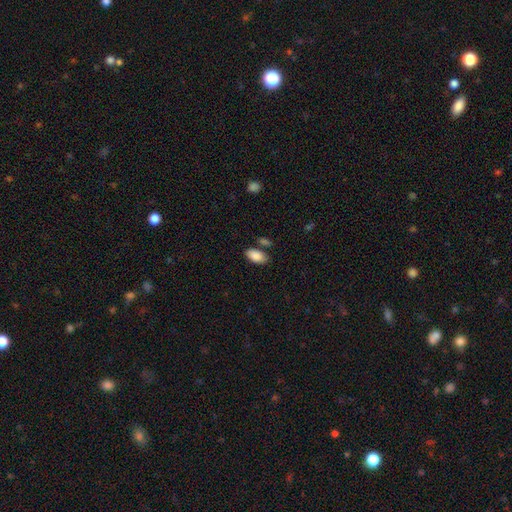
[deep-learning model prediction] Morphology: type=smooth (89%); roundness=in between (94%); merging=none (75%).